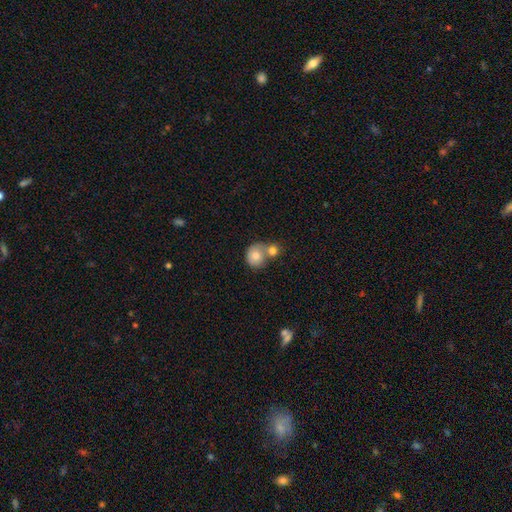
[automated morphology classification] Q: Smooth or featured?
A: smooth (78%); runner-up: featured or disk (15%)
Q: How rounded?
A: round (80%); runner-up: in between (19%)
Q: Merging?
A: merger (60%); runner-up: none (28%)